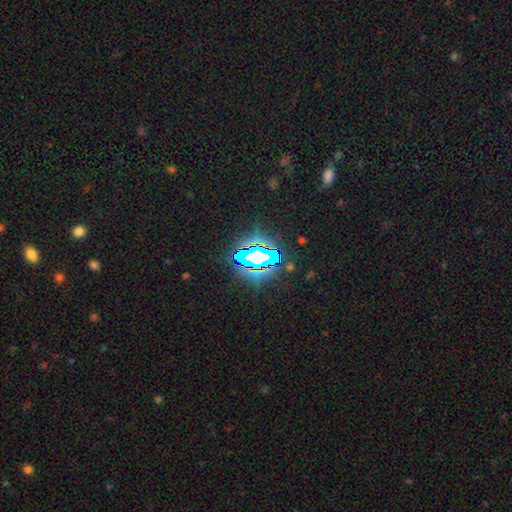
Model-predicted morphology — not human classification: Smooth or featured? Predicted: star or artifact (p=0.71).